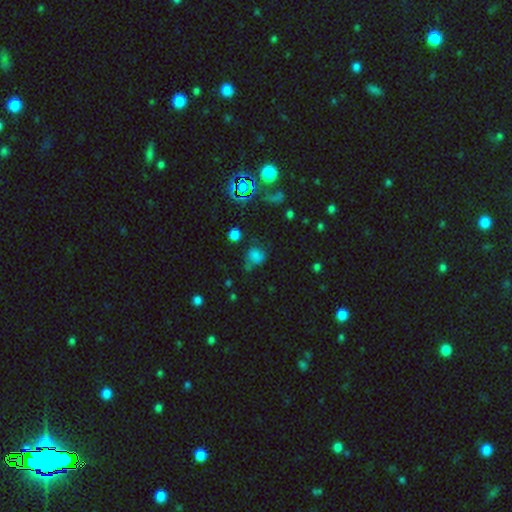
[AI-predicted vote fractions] Morphology: type=smooth (63%); roundness=round (70%); merging=none (50%).